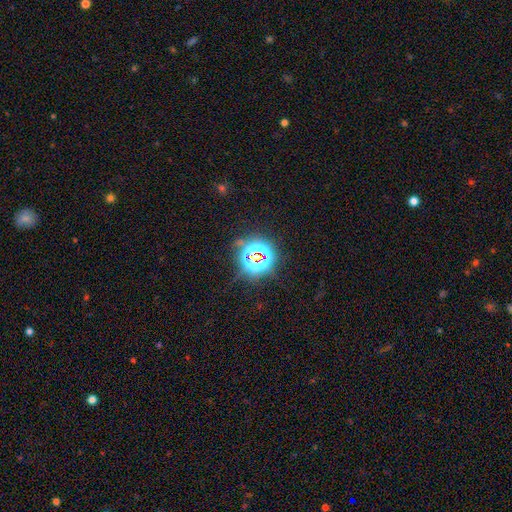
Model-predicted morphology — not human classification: The model was most divided on "smooth or featured": star or artifact: 77%, smooth: 14%, featured or disk: 9%.